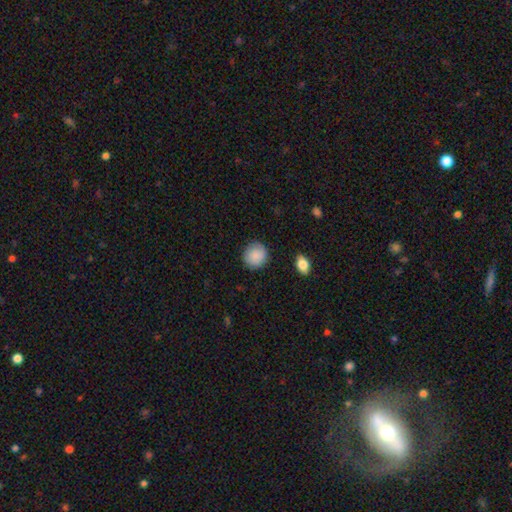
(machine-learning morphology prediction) This is clearly a smooth galaxy (88%). How rounded: clearly round (88%). Merging: clearly none (88%).